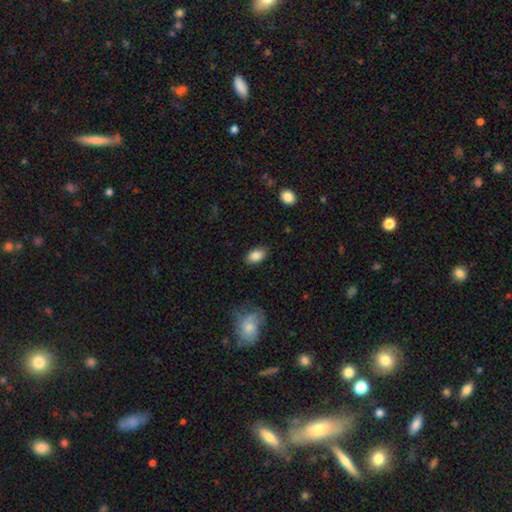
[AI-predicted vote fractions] Q: Smooth or featured?
A: smooth (85%); runner-up: star or artifact (8%)
Q: How rounded?
A: in between (89%); runner-up: round (9%)
Q: Merging?
A: none (84%); runner-up: minor disturbance (11%)